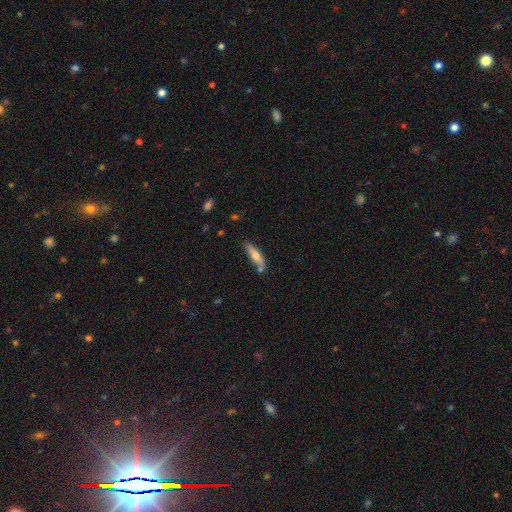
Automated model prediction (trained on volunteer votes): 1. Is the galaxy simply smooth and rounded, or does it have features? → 60% smooth, 33% featured or disk, 7% star or artifact.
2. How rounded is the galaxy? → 74% cigar-shaped, 24% in between, 2% round.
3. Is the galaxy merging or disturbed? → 74% none, 16% minor disturbance, 7% merger, 3% major disturbance.